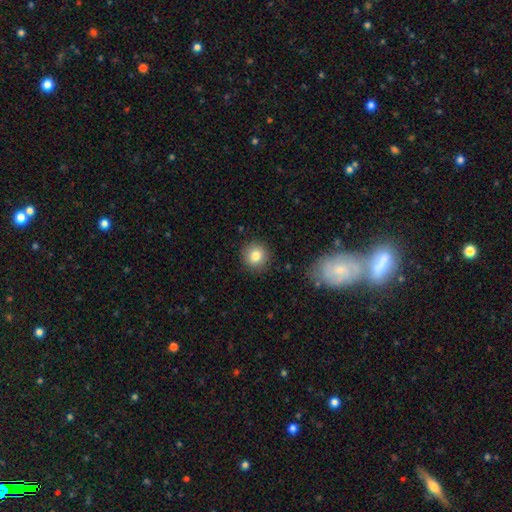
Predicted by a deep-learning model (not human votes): Overall: smooth (82%). How rounded: round (92%). Merging: none (89%).